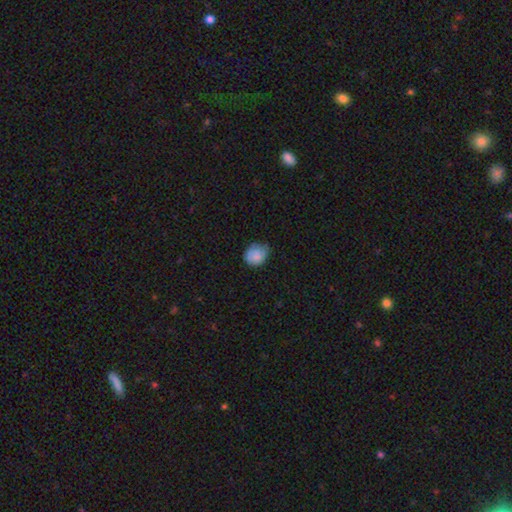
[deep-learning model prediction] Smooth or featured?
  - smooth: 81% *
  - featured or disk: 11%
  - star or artifact: 8%
How rounded?
  - round: 61% *
  - in between: 38%
  - cigar-shaped: 1%
Merging?
  - none: 51% *
  - minor disturbance: 39%
  - major disturbance: 9%
  - merger: 1%